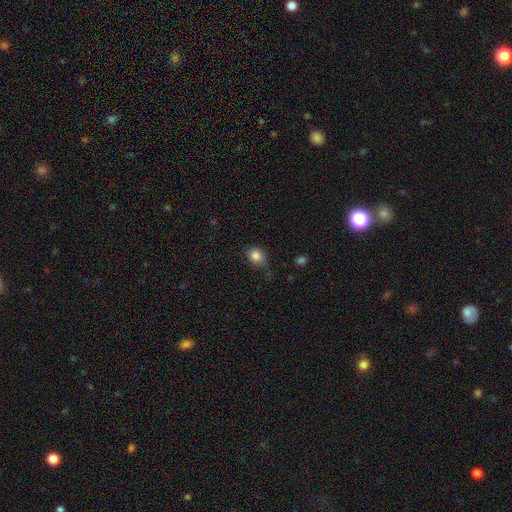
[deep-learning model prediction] This appears to be a smooth galaxy with no disk features (84%) that is round (69%). Merging: none (67%).